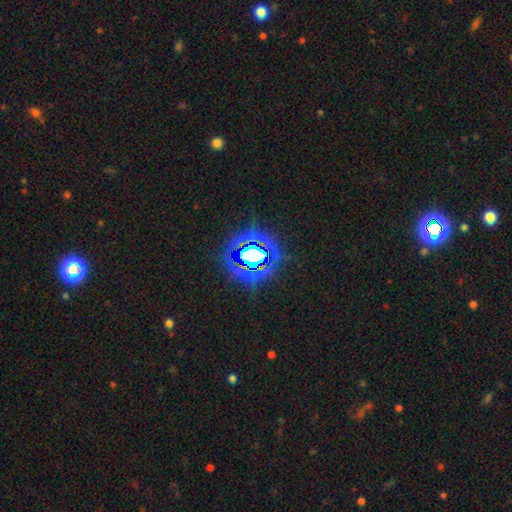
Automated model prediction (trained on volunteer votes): smooth-or-featured: star or artifact: 80% | smooth: 12% | featured or disk: 8%